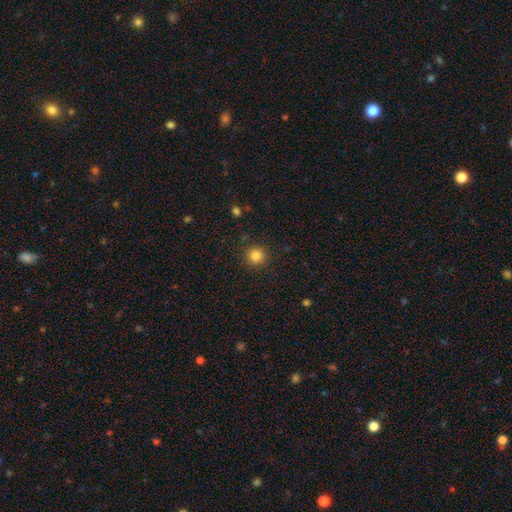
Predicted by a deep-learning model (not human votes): A smooth galaxy with no disk features (84%) that is round (94%). Merging: none (91%).